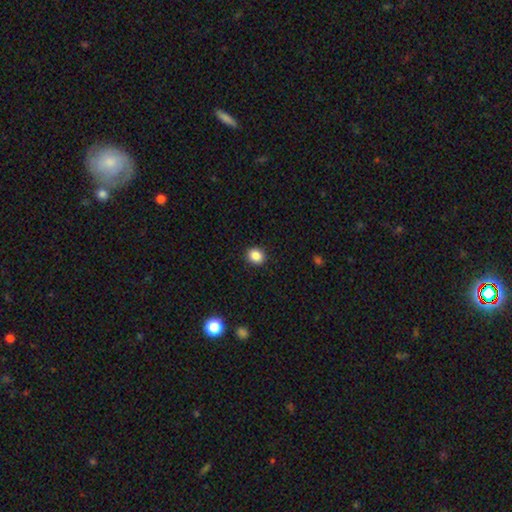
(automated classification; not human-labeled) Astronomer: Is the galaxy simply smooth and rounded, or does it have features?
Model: smooth — 87%.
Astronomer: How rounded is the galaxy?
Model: round — 66%.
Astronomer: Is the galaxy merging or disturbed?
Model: none — 91%.